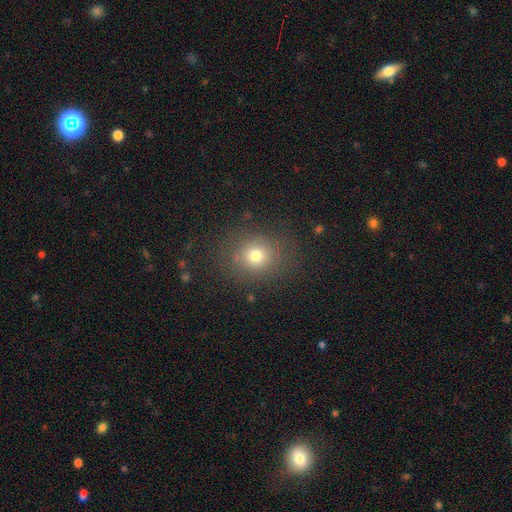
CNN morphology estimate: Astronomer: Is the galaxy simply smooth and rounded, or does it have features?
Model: smooth — 74%.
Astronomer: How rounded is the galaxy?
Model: round — 78%.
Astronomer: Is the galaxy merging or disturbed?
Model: none — 82%.